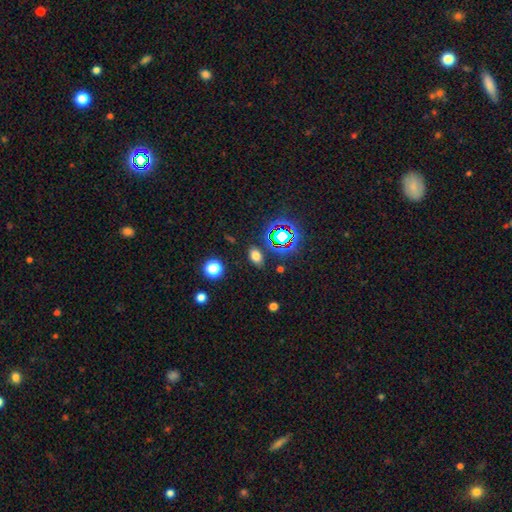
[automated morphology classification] Smooth or featured? smooth (68%)
How rounded? in between (81%)
Merging? none (84%)